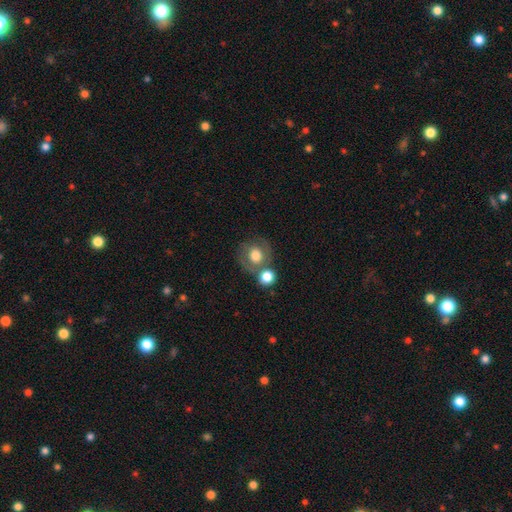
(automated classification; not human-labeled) smooth_or_featured: smooth (p=0.61) [alt: featured or disk p=0.31]
how_rounded: round (p=0.83) [alt: in between p=0.16]
merging: none (p=0.54) [alt: merger p=0.27]